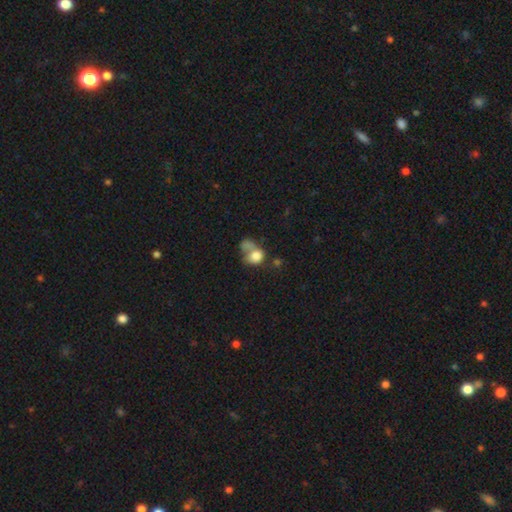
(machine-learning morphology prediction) A smooth galaxy with no disk features (72%) that is round (53%).

Vote fractions:
- Smooth or featured? smooth: 72% / featured or disk: 18% / star or artifact: 10%
- How rounded? round: 53% / in between: 46% / cigar-shaped: 1%
- Merging? merger: 42% / major disturbance: 25% / none: 21% / minor disturbance: 12%